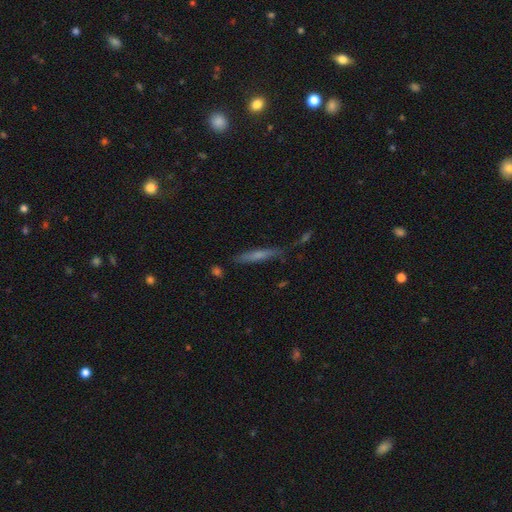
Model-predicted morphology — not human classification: Smooth or featured?
  - featured or disk: 48% *
  - smooth: 41%
  - star or artifact: 11%
Merging?
  - none: 80% *
  - minor disturbance: 14%
  - merger: 3%
  - major disturbance: 3%